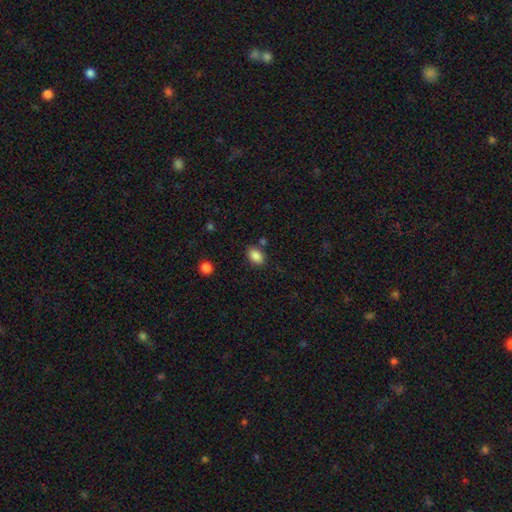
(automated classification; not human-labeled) Smooth or featured: smooth — 87% (star or artifact — 9%)
How rounded: in between — 82% (round — 16%)
Merging: none — 79% (minor disturbance — 12%)